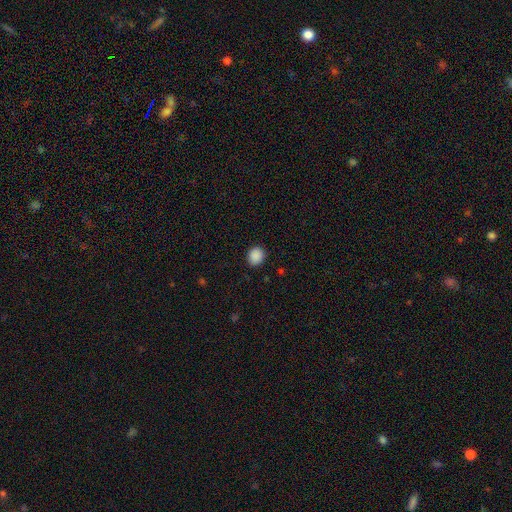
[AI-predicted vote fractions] smooth 89%, star or artifact 9%, featured or disk 2%. Down the decision tree: how rounded — round (72%); merging — none (89%).